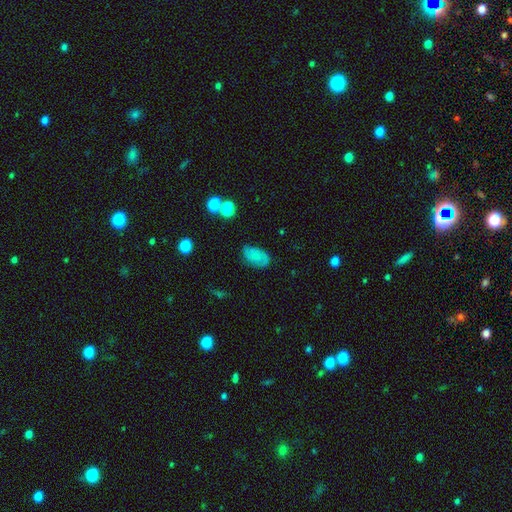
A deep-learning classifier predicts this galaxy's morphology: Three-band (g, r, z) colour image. It shows a smooth galaxy with no disk features (50%). Merging: none (68%).